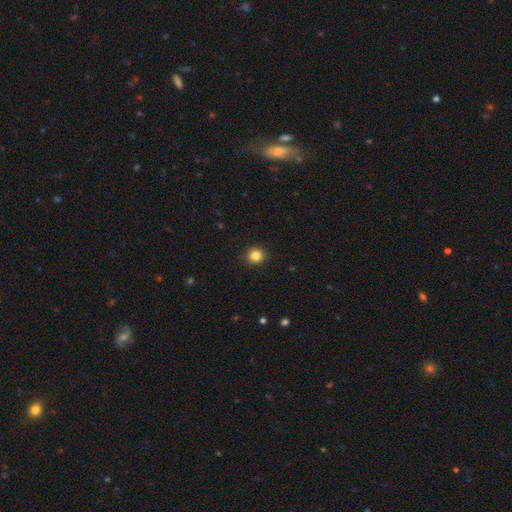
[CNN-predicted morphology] Smooth or featured: smooth — 84% (star or artifact — 11%)
How rounded: round — 92% (in between — 7%)
Merging: none — 90% (minor disturbance — 7%)